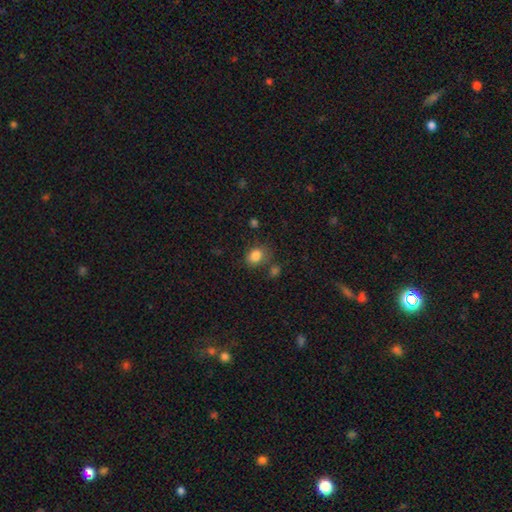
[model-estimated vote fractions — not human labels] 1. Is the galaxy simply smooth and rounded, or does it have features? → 84% smooth, 10% star or artifact, 6% featured or disk.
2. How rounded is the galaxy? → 57% in between, 42% round, 1% cigar-shaped.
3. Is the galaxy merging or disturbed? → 67% none, 17% minor disturbance, 10% merger, 6% major disturbance.